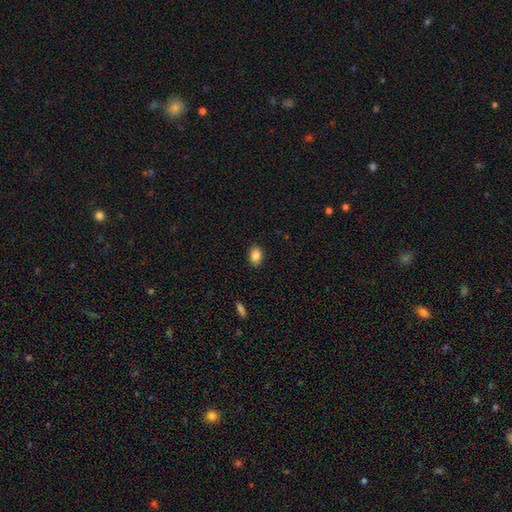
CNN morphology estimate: A smooth galaxy with no disk features (86%) that is in between round and cigar-shaped (77%).

Vote fractions:
- Smooth or featured? smooth: 86% / star or artifact: 9% / featured or disk: 5%
- How rounded? in between: 77% / round: 22% / cigar-shaped: 1%
- Merging? none: 88% / minor disturbance: 8% / major disturbance: 2% / merger: 1%